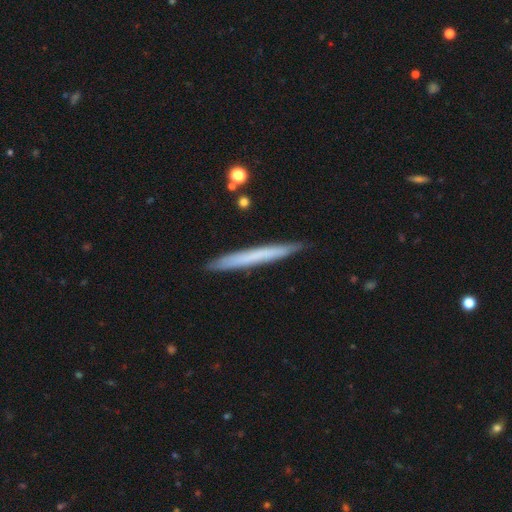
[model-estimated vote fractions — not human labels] Smooth or featured? Predicted: smooth (p=0.57). How rounded? Predicted: cigar-shaped (p=0.97). Merging? Predicted: none (p=0.89).